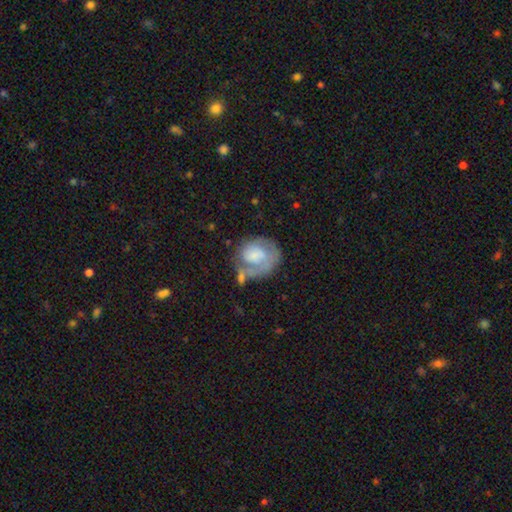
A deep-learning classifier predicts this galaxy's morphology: smooth-or-featured: featured or disk: 52% | smooth: 41% | star or artifact: 7%
  disk-edge-on: no: 98% | yes: 2%
    bar: no: 68% | weak: 26% | strong: 6%
    has-spiral-arms: yes: 69% | no: 31%
    bulge-size: none: 26% | small: 25% | moderate: 24% | large: 20% | dominant: 4%
  merging: none: 40% | major disturbance: 26% | minor disturbance: 23% | merger: 11%